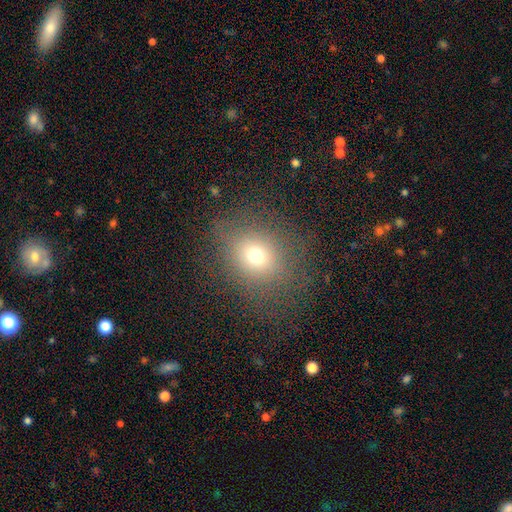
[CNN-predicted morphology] A smooth galaxy with no disk features (69%) that is round (65%).

Vote fractions:
- Smooth or featured? smooth: 69% / star or artifact: 18% / featured or disk: 13%
- How rounded? round: 65% / in between: 34% / cigar-shaped: 1%
- Merging? none: 76% / minor disturbance: 14% / major disturbance: 9% / merger: 1%